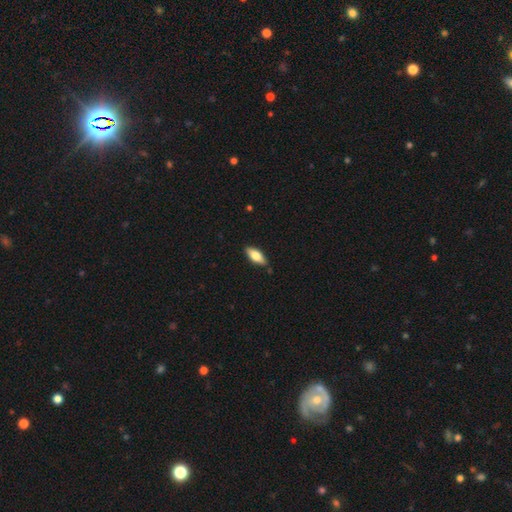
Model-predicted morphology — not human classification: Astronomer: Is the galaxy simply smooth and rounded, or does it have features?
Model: smooth — 72%.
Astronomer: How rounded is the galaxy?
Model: in between — 77%.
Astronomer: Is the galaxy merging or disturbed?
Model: none — 85%.